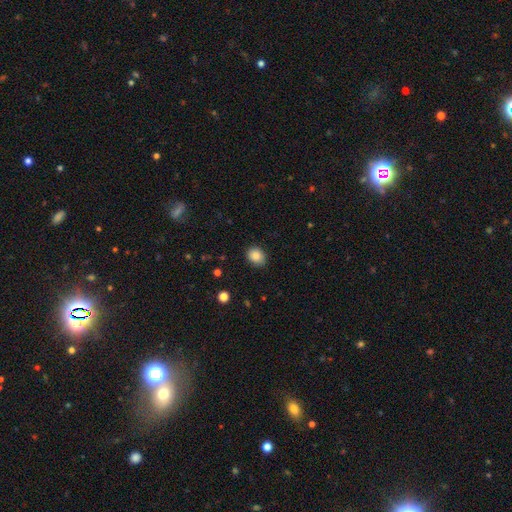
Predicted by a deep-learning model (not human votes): smooth_or_featured: smooth (p=0.87) [alt: star or artifact p=0.09]
how_rounded: round (p=0.56) [alt: in between p=0.43]
merging: none (p=0.83) [alt: minor disturbance p=0.13]